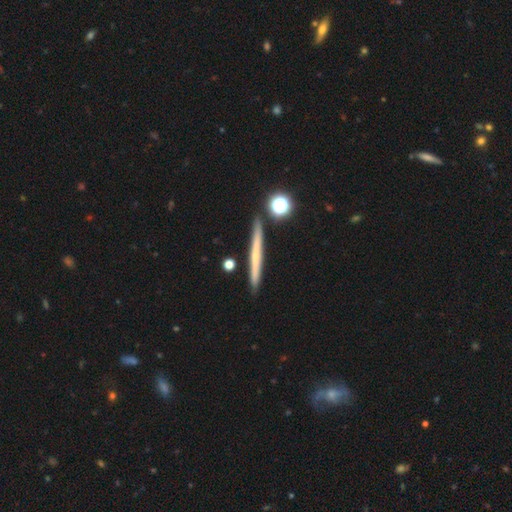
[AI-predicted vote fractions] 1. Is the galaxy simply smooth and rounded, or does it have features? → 46% smooth (tied), 46% featured or disk (tied), 8% star or artifact.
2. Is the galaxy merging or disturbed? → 88% none, 7% minor disturbance, 3% merger, 2% major disturbance.